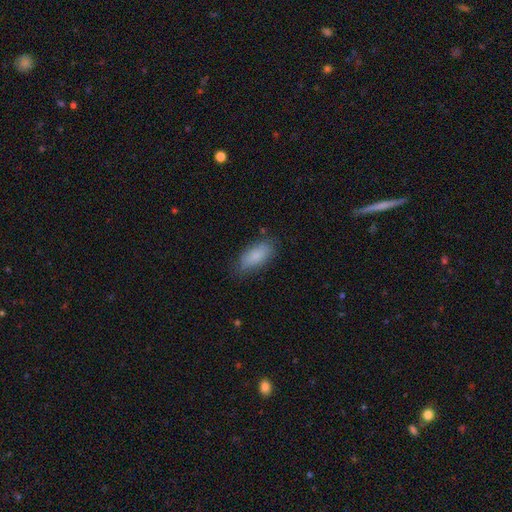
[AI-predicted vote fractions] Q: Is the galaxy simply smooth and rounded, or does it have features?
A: smooth — 85%.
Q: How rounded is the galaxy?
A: in between — 87%.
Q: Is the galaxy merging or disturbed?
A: none — 74%.